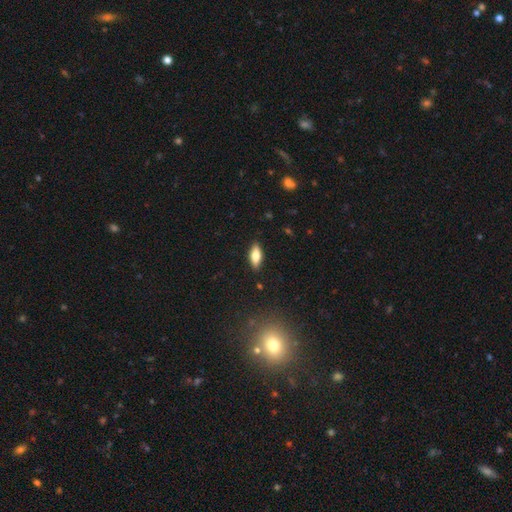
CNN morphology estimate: Smooth or featured? smooth (70%)
How rounded? in between (76%)
Merging? none (88%)